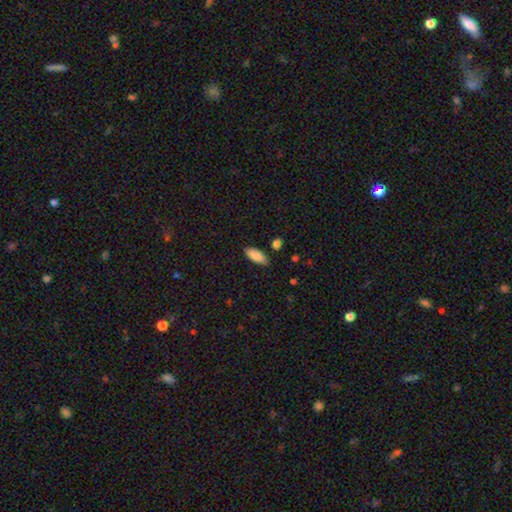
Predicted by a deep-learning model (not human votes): This is clearly a smooth galaxy (88%). How rounded: clearly in between (82%). Merging: clearly none (85%).